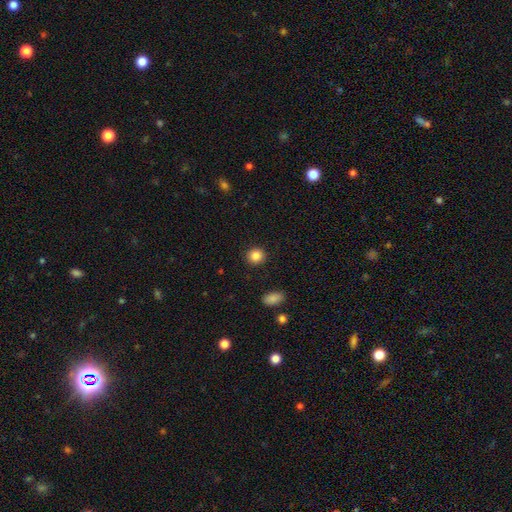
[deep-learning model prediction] The model was most divided on "how rounded": round: 86%, in between: 13%, cigar-shaped: 1%. More confident: merging — none (91%); smooth or featured — smooth (86%).